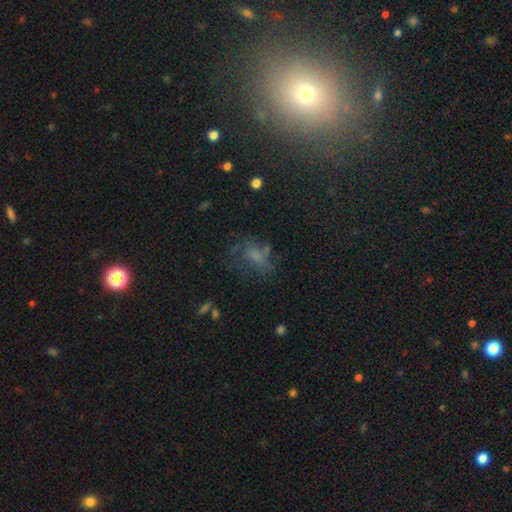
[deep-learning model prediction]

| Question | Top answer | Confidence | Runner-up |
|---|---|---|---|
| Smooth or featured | smooth | 49% | featured or disk (26%) |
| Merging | none | 47% | major disturbance (24%) |